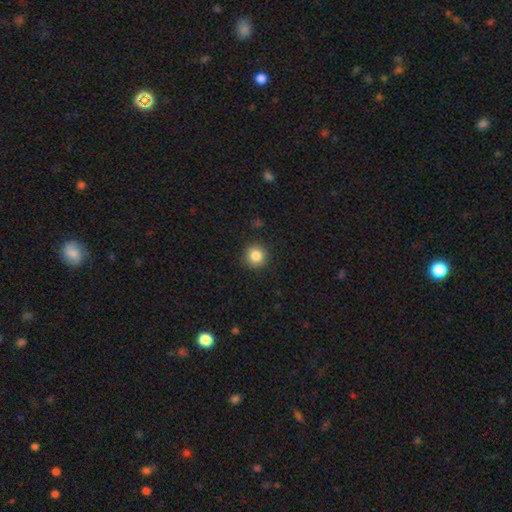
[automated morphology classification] smooth-or-featured: smooth: 85% | star or artifact: 10% | featured or disk: 5%
  how-rounded: round: 94% | in between: 5% | cigar-shaped: 1%
  merging: none: 91% | minor disturbance: 6% | major disturbance: 2% | merger: 1%